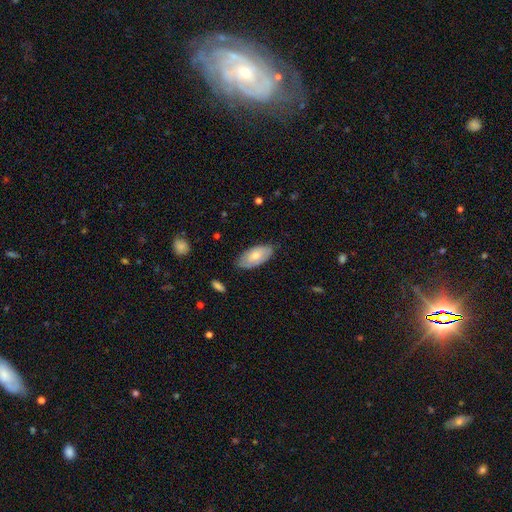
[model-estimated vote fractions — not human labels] Smooth or featured: smooth — 69% (featured or disk — 25%)
How rounded: in between — 93% (cigar-shaped — 5%)
Merging: none — 75% (minor disturbance — 20%)